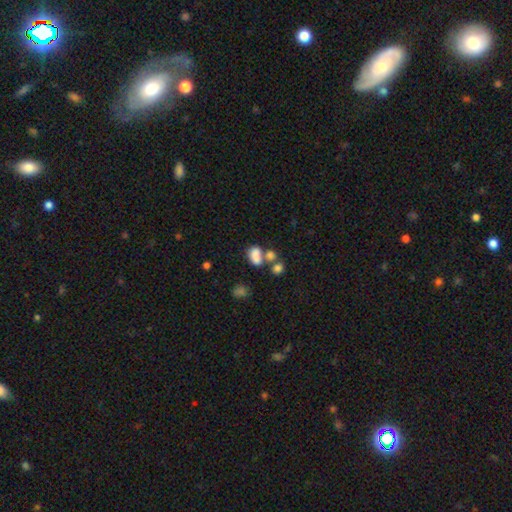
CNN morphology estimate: smooth 78%, star or artifact 12%, featured or disk 11%. Down the decision tree: how rounded — in between (82%); merging — merger (44%).